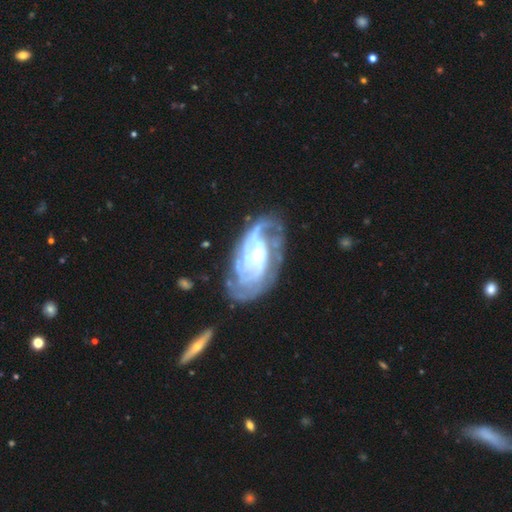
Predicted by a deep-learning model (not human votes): The model was most divided on "spiral arm count" (2-way tie): 2: 26%, 3: 26%, can't tell: 24%, 4: 12%, more than 4: 6%, 1: 6%. Remaining: spiral arms — yes (97%); edge-on disk — no (96%); smooth or featured — featured or disk (89%); merging — none (68%); spiral winding — tight (65%); bar — no (63%); bulge size — small (47%).